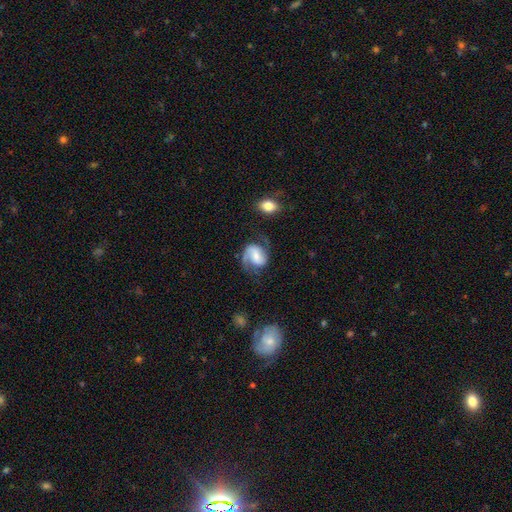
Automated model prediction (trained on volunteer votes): This is likely a featured or disk galaxy (79%). It is clearly not viewed edge-on (98%). Bar: marginally weak (42%). Spiral arm pattern: clearly yes (95%). Spiral arm count: clearly 2 (82%). Spiral winding: possibly medium (51%). Central bulge: marginally small (41%). Merging: likely none (63%).